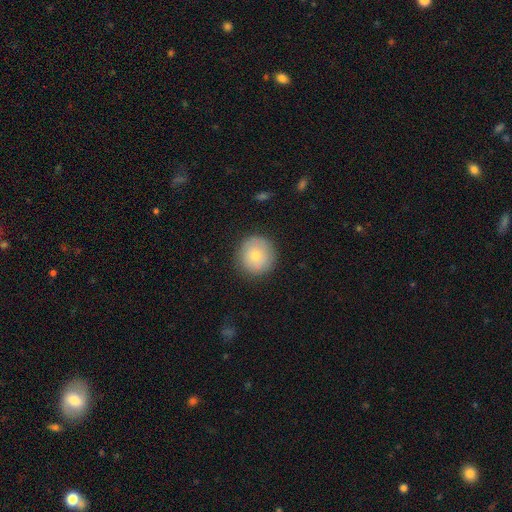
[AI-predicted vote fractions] smooth-or-featured: smooth: 74% | featured or disk: 18% | star or artifact: 8%
  how-rounded: round: 94% | in between: 5% | cigar-shaped: 1%
  merging: none: 88% | minor disturbance: 9% | major disturbance: 3% | merger: 1%